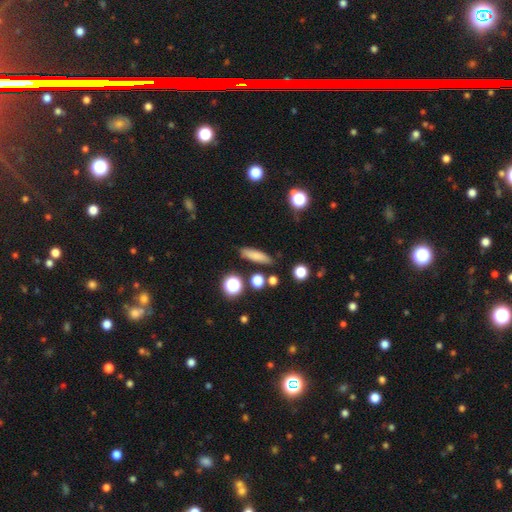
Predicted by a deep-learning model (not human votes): Smooth or featured? Predicted: smooth (p=0.78). How rounded? Predicted: cigar-shaped (p=0.66). Merging? Predicted: none (p=0.84).